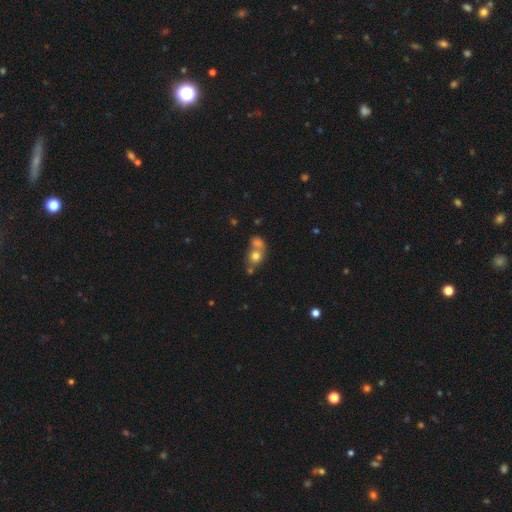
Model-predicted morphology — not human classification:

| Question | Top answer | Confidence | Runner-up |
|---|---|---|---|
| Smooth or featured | smooth | 74% | featured or disk (14%) |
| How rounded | round | 69% | in between (30%) |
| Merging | merger | 58% | none (31%) |